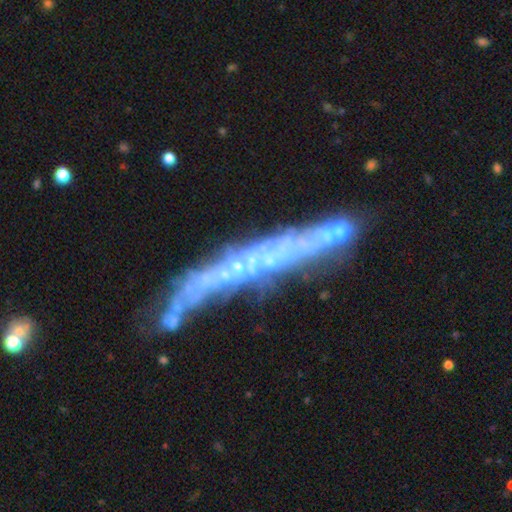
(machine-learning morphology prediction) Overall: featured or disk (49%; star or artifact 28%). Merging: merger (37%; none 33%).